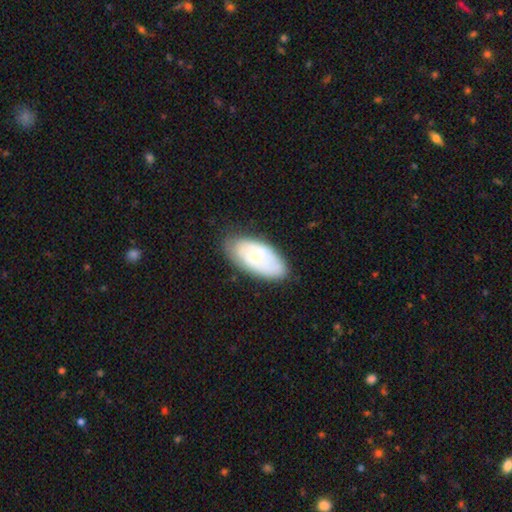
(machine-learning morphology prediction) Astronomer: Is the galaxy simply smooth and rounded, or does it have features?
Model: smooth — 57% (runner-up: featured or disk, 36%).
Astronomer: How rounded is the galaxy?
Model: in between — 93%.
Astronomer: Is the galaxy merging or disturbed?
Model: none — 72%.